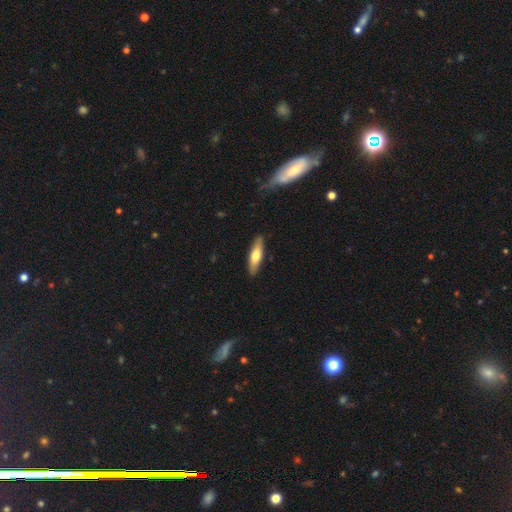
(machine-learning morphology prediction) A smooth galaxy with no disk features (61%) that is cigar-shaped (67%). Merging: none (88%).